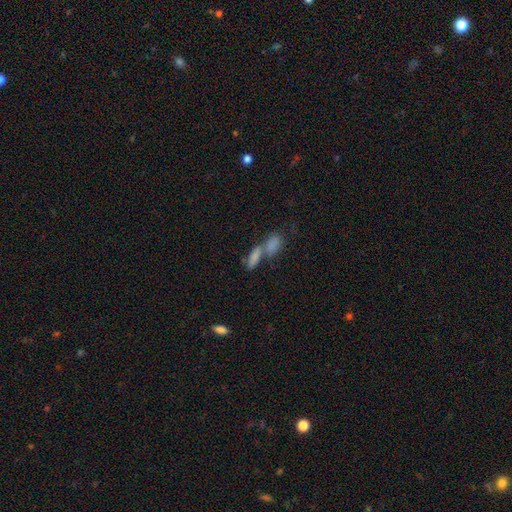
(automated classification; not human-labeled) Smooth or featured? smooth (76%)
How rounded? in between (68%)
Merging? merger (66%)